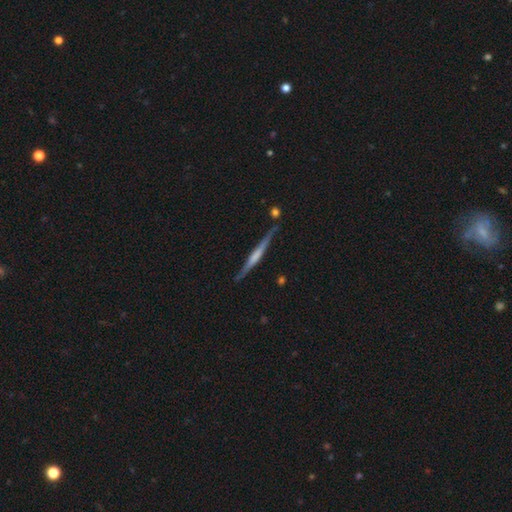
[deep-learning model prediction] smooth_or_featured: featured or disk (p=0.62) [alt: smooth p=0.32]
disk_edge_on: yes (p=0.97) [alt: no p=0.03]
edge_on_bulge: none (p=0.42) [alt: boxy p=0.32]
merging: none (p=0.80) [alt: minor disturbance p=0.14]